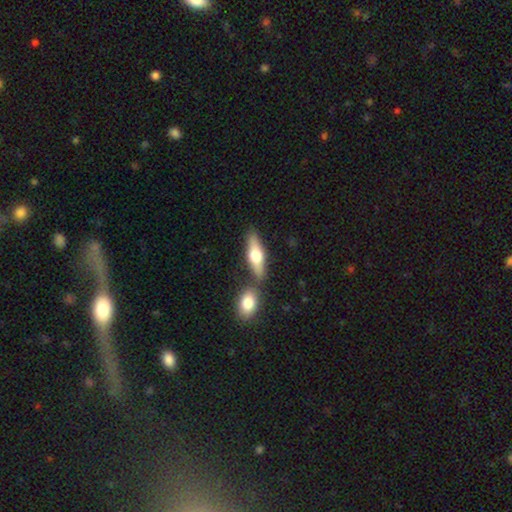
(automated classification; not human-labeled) The model was most divided on "smooth or featured": smooth: 50%, featured or disk: 45%, star or artifact: 5%. More confident: merging — none (67%).